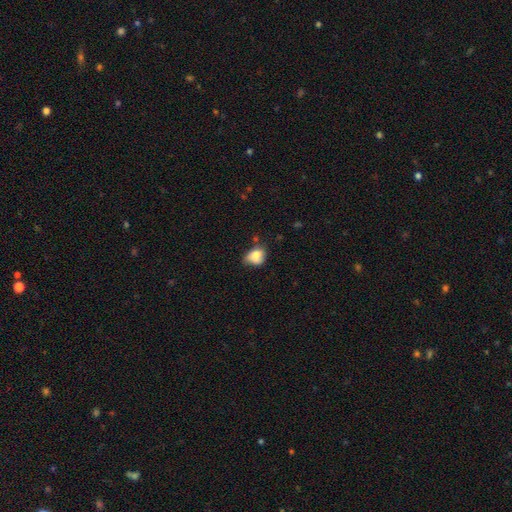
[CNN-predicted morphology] smooth-or-featured: smooth: 75% | featured or disk: 16% | star or artifact: 9%
  how-rounded: in between: 55% | round: 44% | cigar-shaped: 1%
  merging: minor disturbance: 39% | none: 38% | major disturbance: 14% | merger: 9%